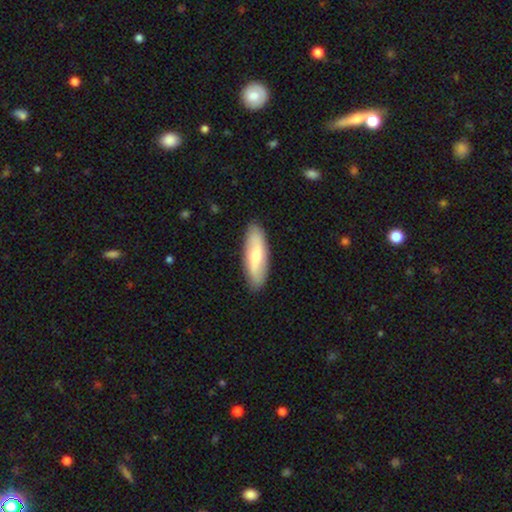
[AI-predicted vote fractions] Smooth or featured?
  - smooth: 58% *
  - featured or disk: 37%
  - star or artifact: 5%
How rounded?
  - in between: 54% *
  - cigar-shaped: 43%
  - round: 3%
Merging?
  - none: 88% *
  - minor disturbance: 9%
  - major disturbance: 2%
  - merger: 1%